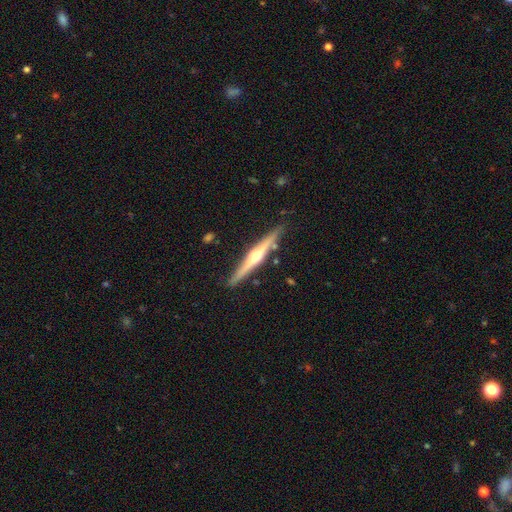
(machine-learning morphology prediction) Smooth or featured? Predicted: featured or disk (p=0.74). Edge-on disk? Predicted: yes (p=0.98). Edge-on bulge? Predicted: rounded (p=0.90). Merging? Predicted: none (p=0.86).